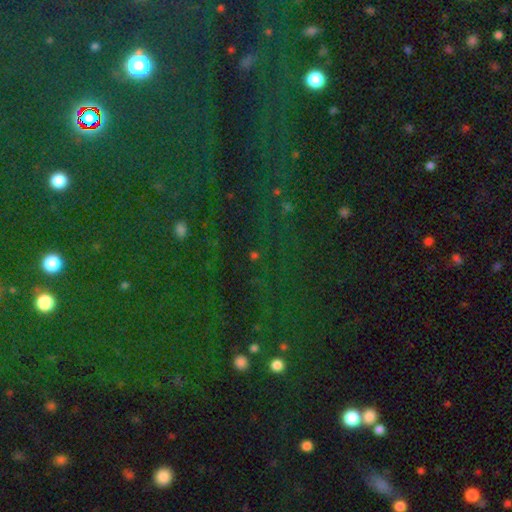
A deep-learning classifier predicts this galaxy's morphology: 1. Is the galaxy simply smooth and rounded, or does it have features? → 72% star or artifact, 20% smooth, 9% featured or disk.